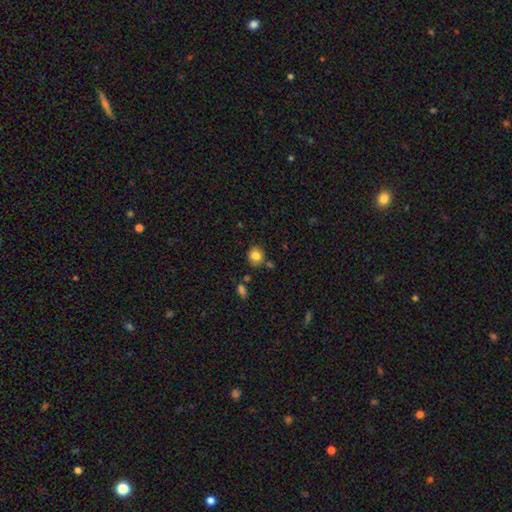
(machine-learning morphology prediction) A smooth galaxy with no disk features (82%) that is round (83%). Merging: none (79%).